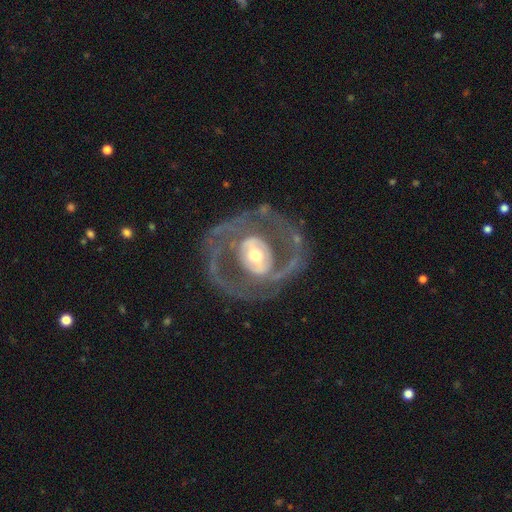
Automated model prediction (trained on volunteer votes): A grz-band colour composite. It shows a featured or disk galaxy (82%) with no bar (36%), 2 (77%) medium (47%) spiral arms (68%) and a moderate central bulge (63%). Merging: none (70%).